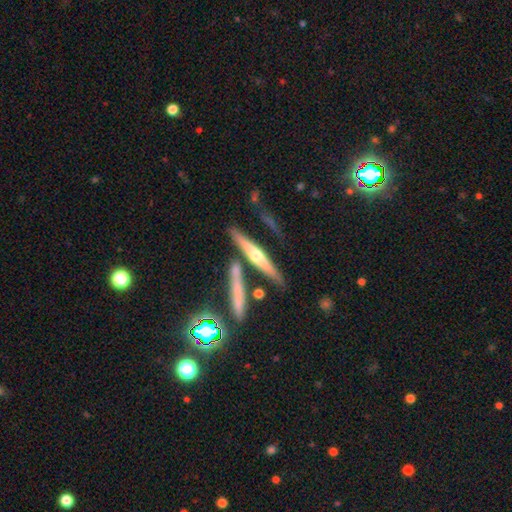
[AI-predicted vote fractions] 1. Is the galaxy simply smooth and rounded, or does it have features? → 67% featured or disk, 26% smooth, 7% star or artifact.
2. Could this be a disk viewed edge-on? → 95% yes, 5% no.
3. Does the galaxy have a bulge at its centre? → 85% rounded, 10% none, 5% boxy.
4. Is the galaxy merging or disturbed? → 72% none, 13% merger, 12% minor disturbance, 4% major disturbance.